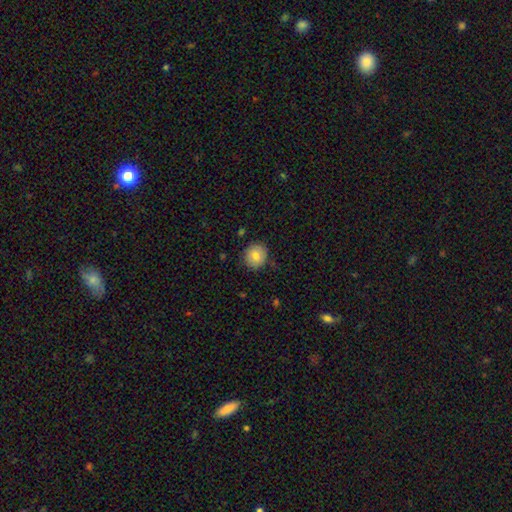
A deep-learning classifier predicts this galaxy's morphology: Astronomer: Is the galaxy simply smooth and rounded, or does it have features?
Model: smooth — 81%.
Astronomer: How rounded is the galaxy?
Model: round — 86%.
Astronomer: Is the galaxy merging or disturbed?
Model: none — 86%.